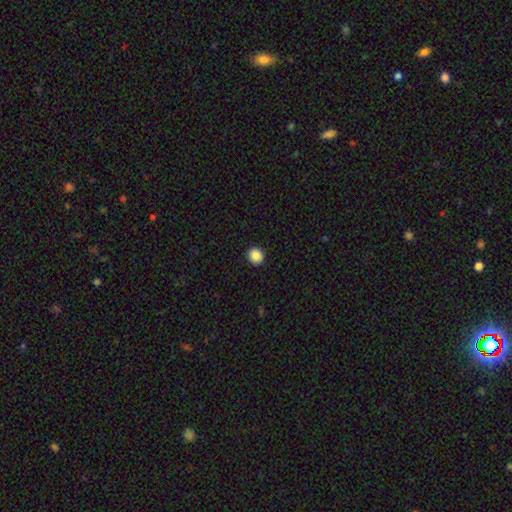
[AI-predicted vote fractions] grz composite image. It shows a smooth galaxy with no disk features (87%) that is round (84%). Merging: none (93%).